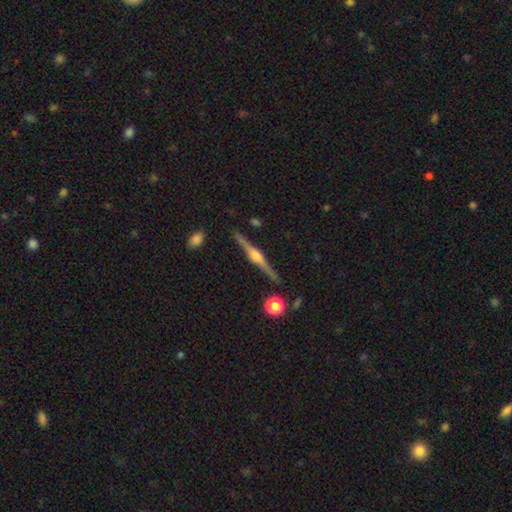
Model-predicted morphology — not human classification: This is clearly a featured or disk galaxy (86%). It is clearly viewed edge-on (98%). Edge-on bulge: clearly rounded (90%). Merging: clearly none (89%).